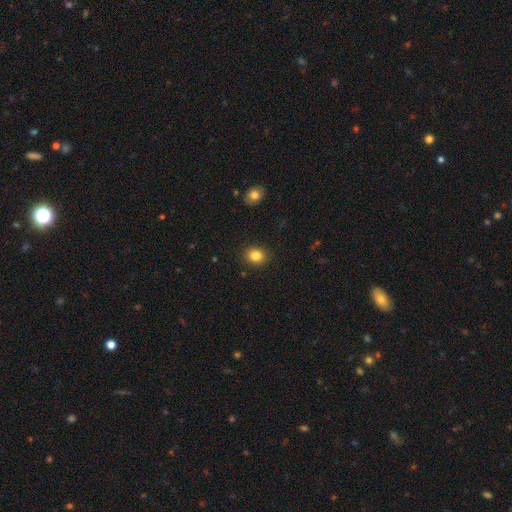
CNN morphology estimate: Smooth or featured? Predicted: smooth (p=0.84). How rounded? Predicted: round (p=0.64). Merging? Predicted: none (p=0.90).